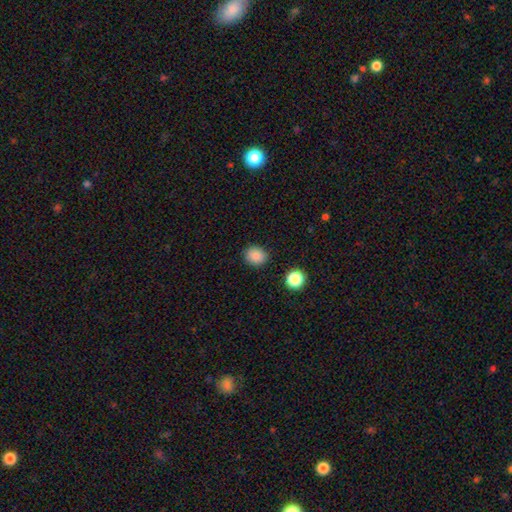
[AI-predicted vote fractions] Smooth or featured?
  - smooth: 86% *
  - star or artifact: 10%
  - featured or disk: 3%
How rounded?
  - round: 69% *
  - in between: 31%
  - cigar-shaped: 1%
Merging?
  - none: 88% *
  - minor disturbance: 8%
  - major disturbance: 2%
  - merger: 2%